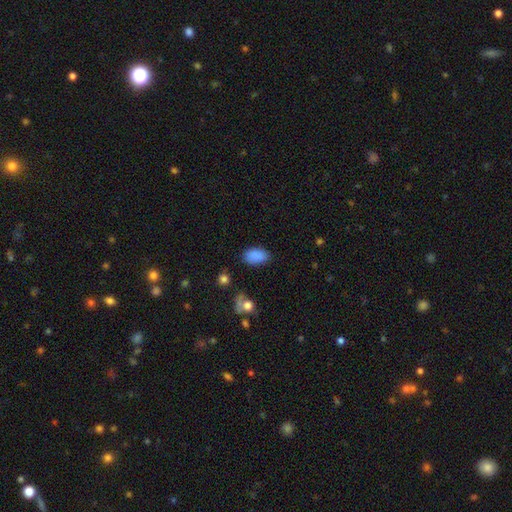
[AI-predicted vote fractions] A smooth galaxy with no disk features (87%) that is in between round and cigar-shaped (93%). Merging: none (80%).